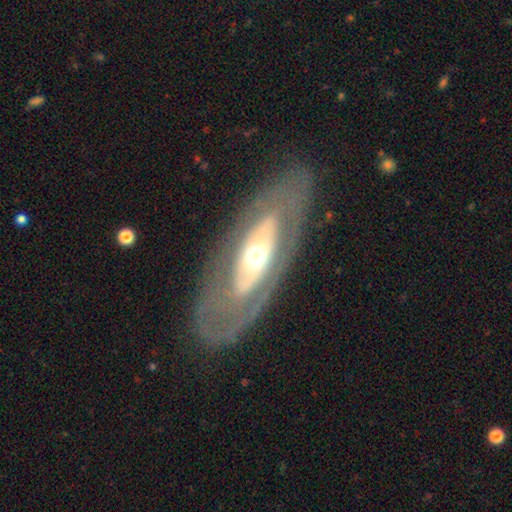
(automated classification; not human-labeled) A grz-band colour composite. It shows a featured or disk galaxy (72%) with no bar (79%), no spiral arms (68%) and a moderate central bulge (63%). Merging: none (76%).